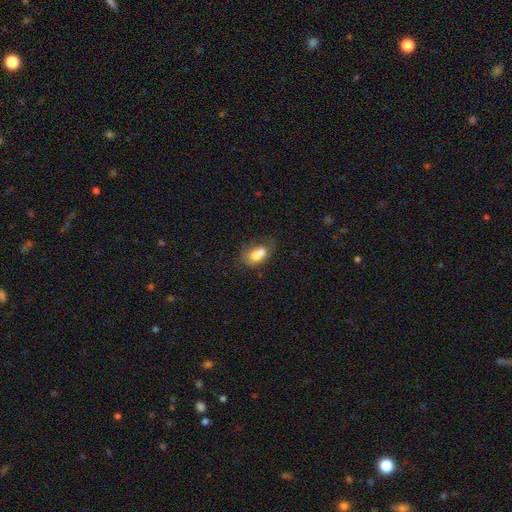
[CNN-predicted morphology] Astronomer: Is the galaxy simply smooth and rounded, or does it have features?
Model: smooth — 69%.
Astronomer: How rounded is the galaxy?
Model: in between — 76%.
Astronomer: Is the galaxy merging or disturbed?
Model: merger — 53%.